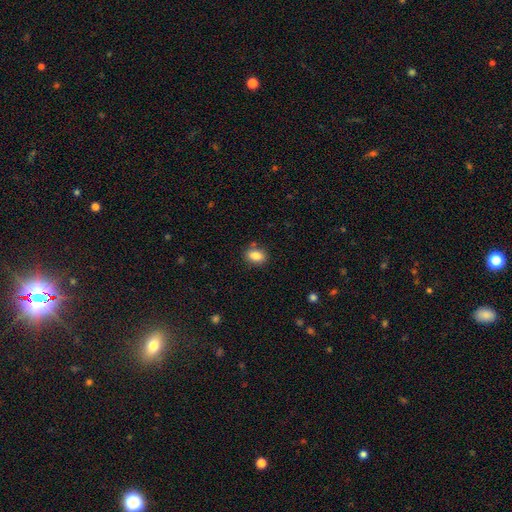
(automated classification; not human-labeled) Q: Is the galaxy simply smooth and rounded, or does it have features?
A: smooth — 84%.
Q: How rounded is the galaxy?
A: in between — 73%.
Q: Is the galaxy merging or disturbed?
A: none — 84%.